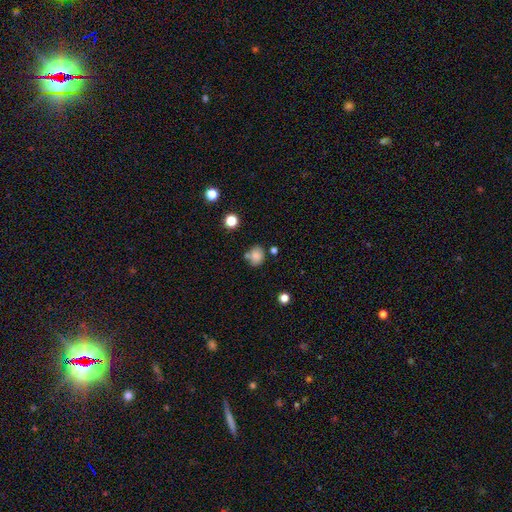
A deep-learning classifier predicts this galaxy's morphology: Smooth or featured? Predicted: smooth (p=0.81). How rounded? Predicted: round (p=0.63). Merging? Predicted: none (p=0.62).